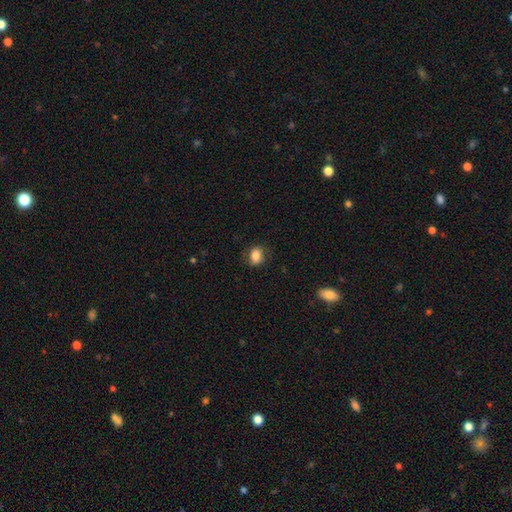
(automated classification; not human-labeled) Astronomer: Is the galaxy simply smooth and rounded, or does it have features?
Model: smooth — 81%.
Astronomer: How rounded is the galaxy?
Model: in between — 62%.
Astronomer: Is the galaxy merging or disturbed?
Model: none — 77%.